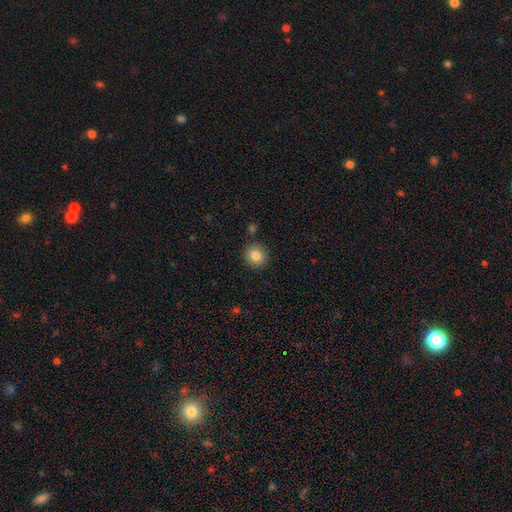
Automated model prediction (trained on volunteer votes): smooth 84%, star or artifact 10%, featured or disk 7%. Down the decision tree: how rounded — round (92%); merging — none (89%).